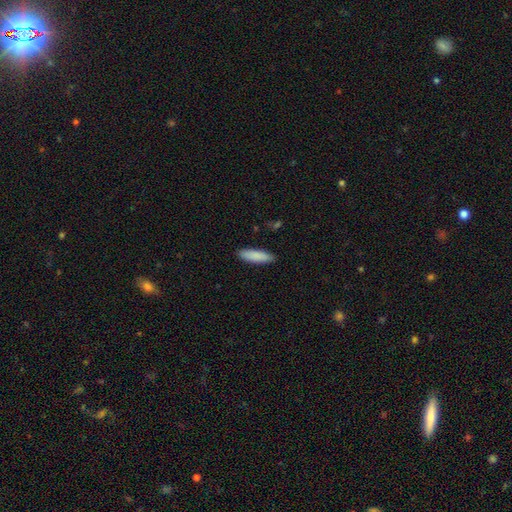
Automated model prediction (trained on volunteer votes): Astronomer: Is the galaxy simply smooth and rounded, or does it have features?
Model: smooth — 88%.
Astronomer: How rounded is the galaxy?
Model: cigar-shaped — 60% (runner-up: in between, 38%).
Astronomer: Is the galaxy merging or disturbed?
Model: none — 89%.